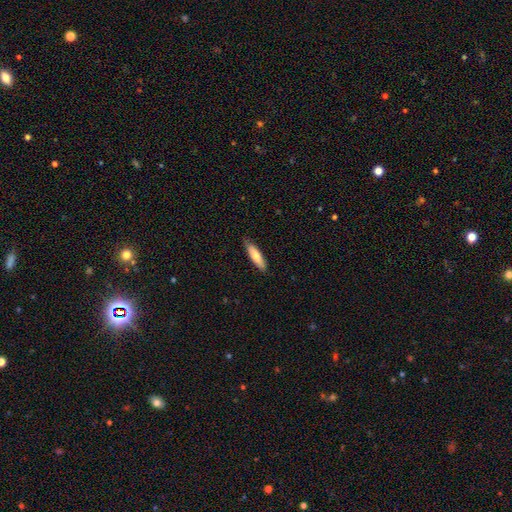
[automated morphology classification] The model was most divided on "how rounded": cigar-shaped: 70%, in between: 28%, round: 1%. More confident: merging — none (84%); smooth or featured — smooth (73%).